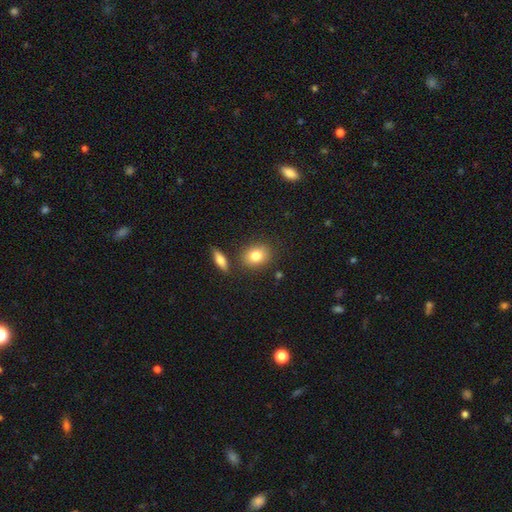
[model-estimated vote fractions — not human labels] Morphology: type=smooth (82%); roundness=in between (51%); merging=none (80%).